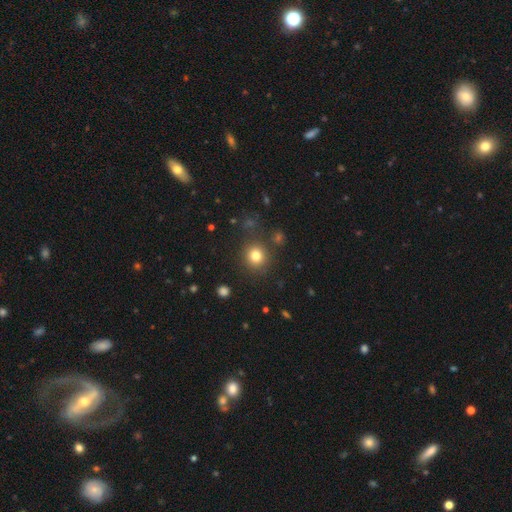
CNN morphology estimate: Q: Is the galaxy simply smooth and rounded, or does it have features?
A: smooth — 79%.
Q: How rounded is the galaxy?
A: round — 91%.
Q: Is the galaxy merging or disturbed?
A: none — 86%.